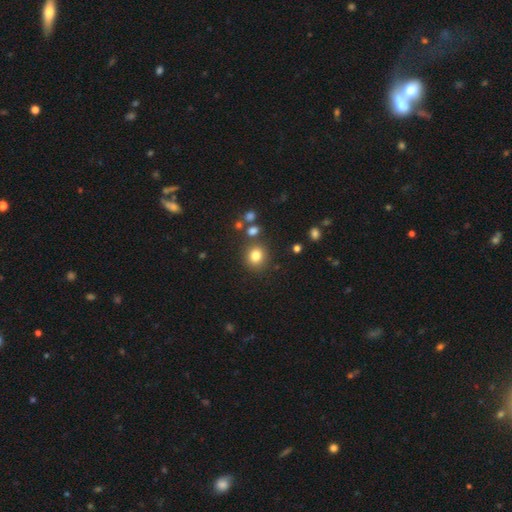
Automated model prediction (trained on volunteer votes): The model was most divided on "smooth or featured": smooth: 80%, star or artifact: 13%, featured or disk: 7%. More confident: how rounded — round (84%); merging — none (82%).